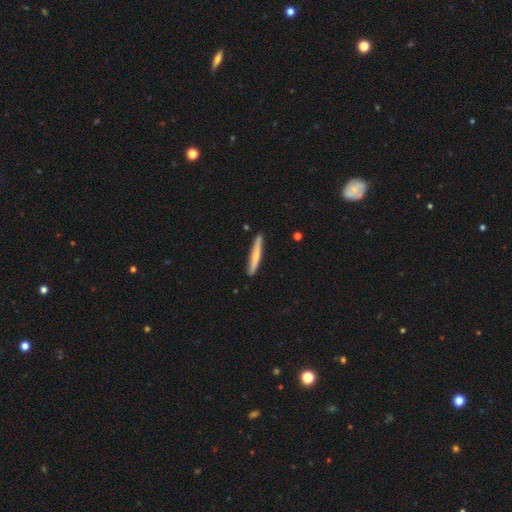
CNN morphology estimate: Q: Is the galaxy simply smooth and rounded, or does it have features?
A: smooth — 57%.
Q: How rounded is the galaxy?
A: cigar-shaped — 95%.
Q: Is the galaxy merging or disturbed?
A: none — 88%.